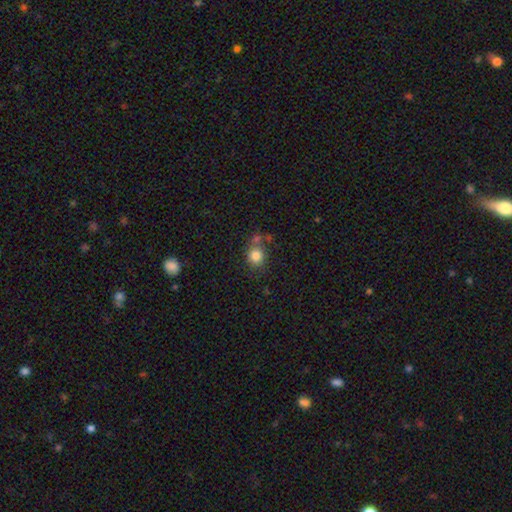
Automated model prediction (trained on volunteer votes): Smooth or featured?
  - smooth: 81% *
  - star or artifact: 10%
  - featured or disk: 8%
How rounded?
  - round: 78% *
  - in between: 21%
  - cigar-shaped: 1%
Merging?
  - none: 59% *
  - merger: 19%
  - minor disturbance: 16%
  - major disturbance: 6%